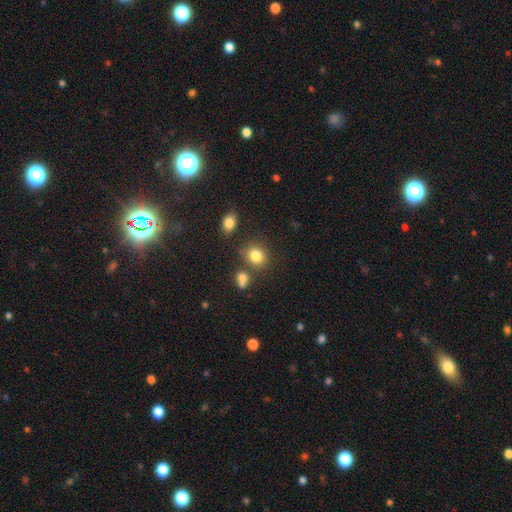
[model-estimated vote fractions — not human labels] smooth 82%, star or artifact 12%, featured or disk 7%. Down the decision tree: how rounded — round (71%); merging — none (72%).